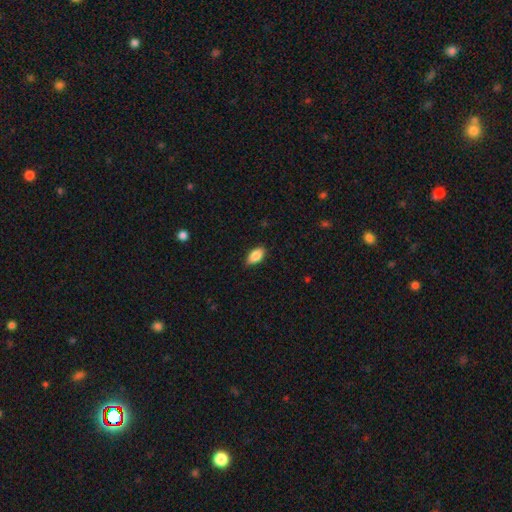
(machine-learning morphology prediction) Smooth or featured? smooth (86%)
How rounded? in between (90%)
Merging? none (84%)